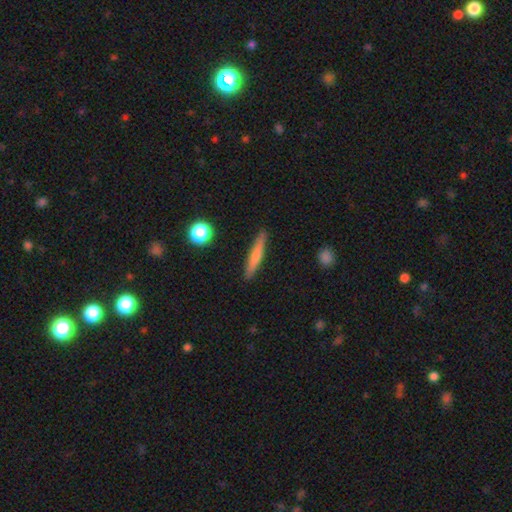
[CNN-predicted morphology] smooth_or_featured: smooth (p=0.63) [alt: featured or disk p=0.30]
how_rounded: cigar-shaped (p=0.93) [alt: in between p=0.05]
merging: none (p=0.89) [alt: minor disturbance p=0.08]